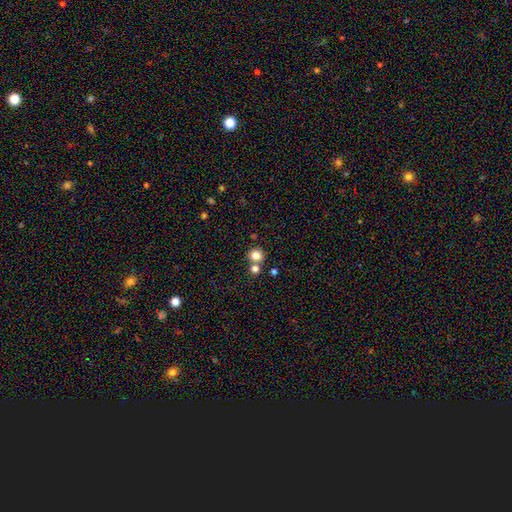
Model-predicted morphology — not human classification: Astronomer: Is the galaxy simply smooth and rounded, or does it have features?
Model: smooth — 82%.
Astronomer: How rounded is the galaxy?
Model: round — 88%.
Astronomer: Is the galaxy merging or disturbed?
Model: none — 65%.